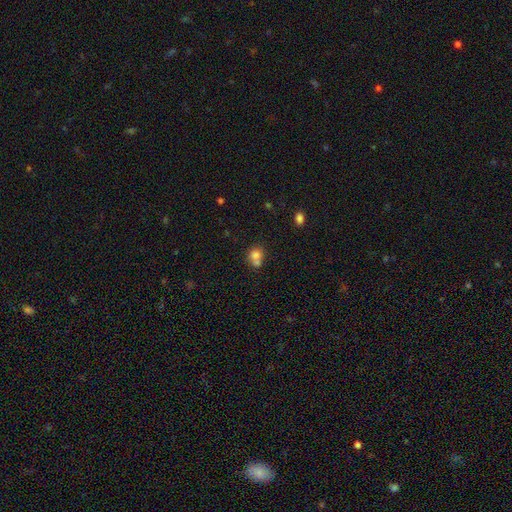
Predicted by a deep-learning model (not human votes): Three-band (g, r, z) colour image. It shows a smooth galaxy with no disk features (77%) that is round (69%). Merging: merger (51%).